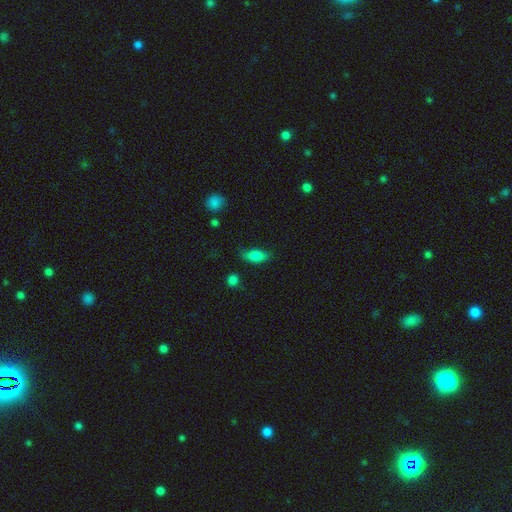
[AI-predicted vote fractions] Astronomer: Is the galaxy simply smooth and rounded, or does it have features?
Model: smooth — 81%.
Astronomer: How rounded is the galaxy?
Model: in between — 83%.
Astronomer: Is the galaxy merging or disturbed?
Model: none — 68%.